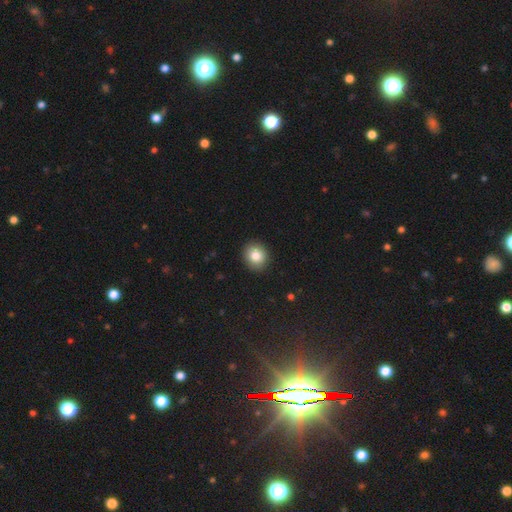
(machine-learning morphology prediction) Smooth or featured? Predicted: smooth (p=0.83). How rounded? Predicted: round (p=0.79). Merging? Predicted: none (p=0.91).